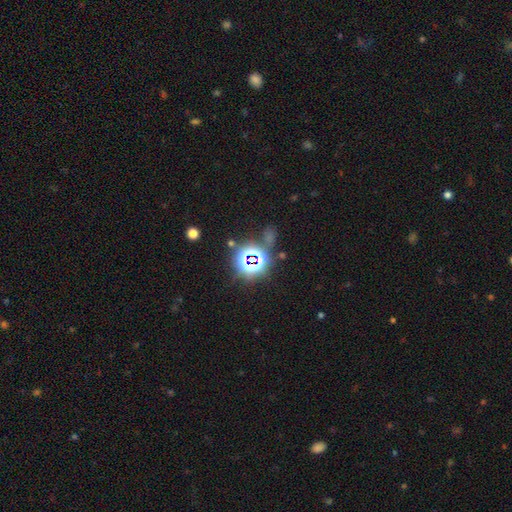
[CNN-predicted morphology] The model was most divided on "smooth or featured": star or artifact: 83%, smooth: 10%, featured or disk: 7%.